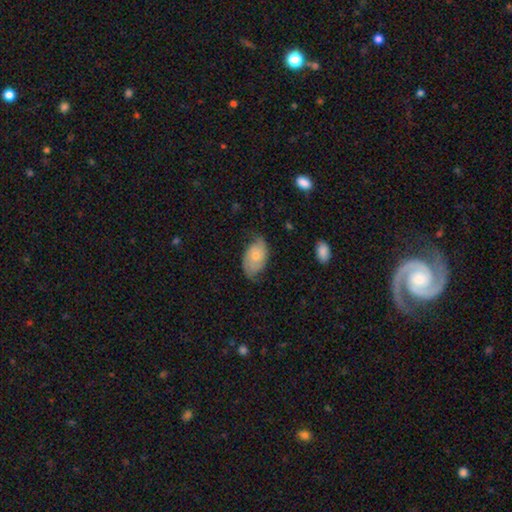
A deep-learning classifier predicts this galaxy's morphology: The model was most divided on "smooth or featured": smooth: 47%, featured or disk: 46%, star or artifact: 7%. More confident: merging — none (57%).